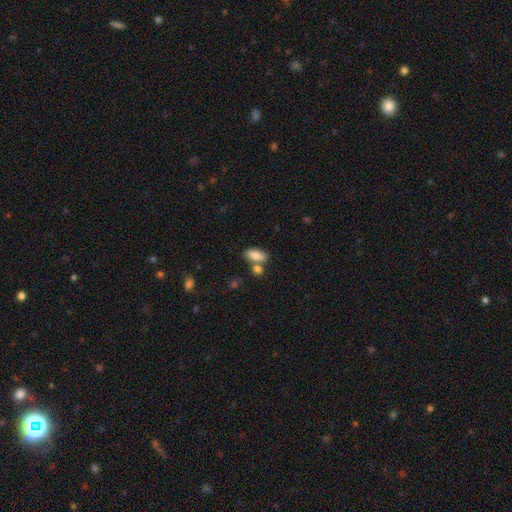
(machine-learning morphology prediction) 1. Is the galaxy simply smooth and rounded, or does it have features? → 84% smooth, 9% featured or disk, 8% star or artifact.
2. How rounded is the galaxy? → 84% in between, 12% cigar-shaped, 4% round.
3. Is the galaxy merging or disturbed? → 58% none, 25% merger, 13% minor disturbance, 4% major disturbance.